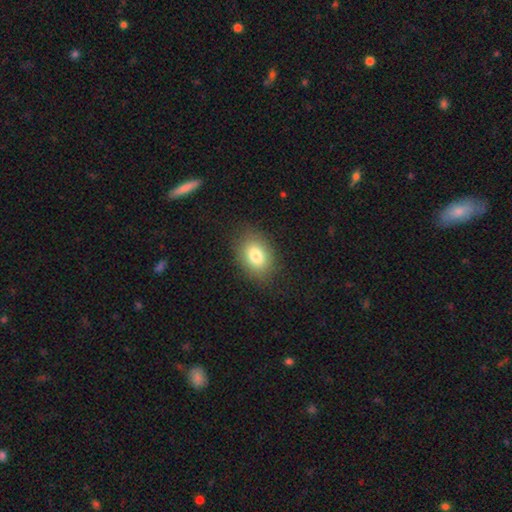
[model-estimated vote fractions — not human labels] Smooth or featured? Predicted: smooth (p=0.80). How rounded? Predicted: in between (p=0.75). Merging? Predicted: none (p=0.83).